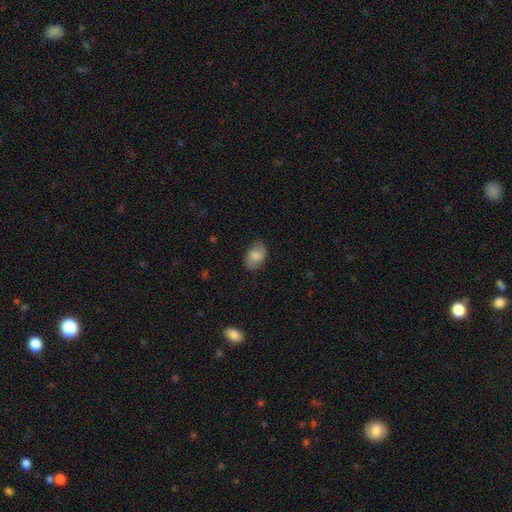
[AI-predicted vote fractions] Smooth or featured?
  - smooth: 72% *
  - featured or disk: 21%
  - star or artifact: 8%
How rounded?
  - in between: 86% *
  - round: 12%
  - cigar-shaped: 1%
Merging?
  - none: 80% *
  - minor disturbance: 16%
  - major disturbance: 4%
  - merger: 1%